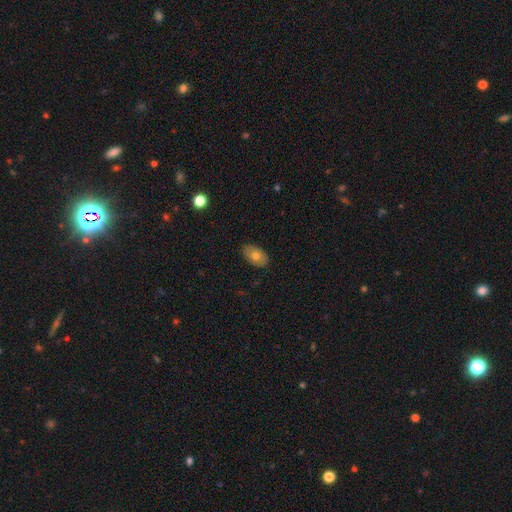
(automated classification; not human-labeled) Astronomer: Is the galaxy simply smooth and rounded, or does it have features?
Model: smooth — 68%.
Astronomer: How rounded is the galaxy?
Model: in between — 89%.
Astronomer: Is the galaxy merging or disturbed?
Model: none — 83%.